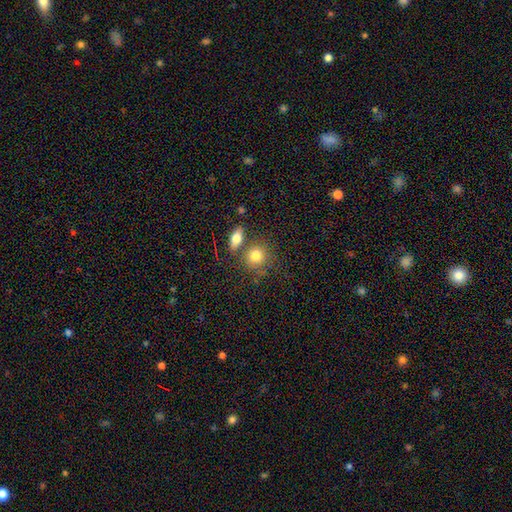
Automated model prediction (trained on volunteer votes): The model was most divided on "merging": none: 60%, merger: 24%, minor disturbance: 11%, major disturbance: 4%. More confident: smooth or featured — smooth (80%); how rounded — round (77%).